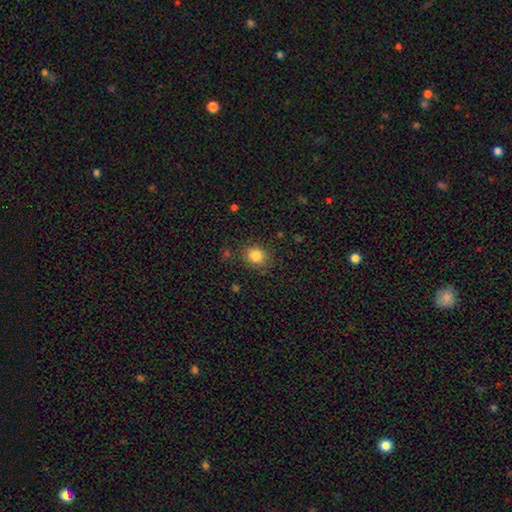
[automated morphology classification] smooth 83%, star or artifact 11%, featured or disk 6%. Down the decision tree: how rounded — round (75%); merging — none (84%).